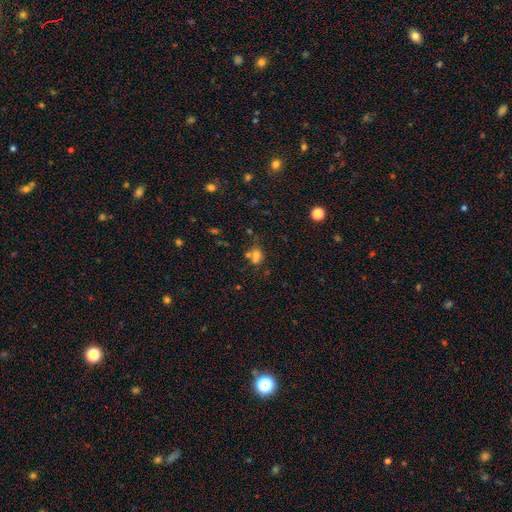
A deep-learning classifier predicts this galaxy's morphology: This is likely a smooth galaxy (66%). How rounded: possibly round (56%). Merging: marginally none (44%).